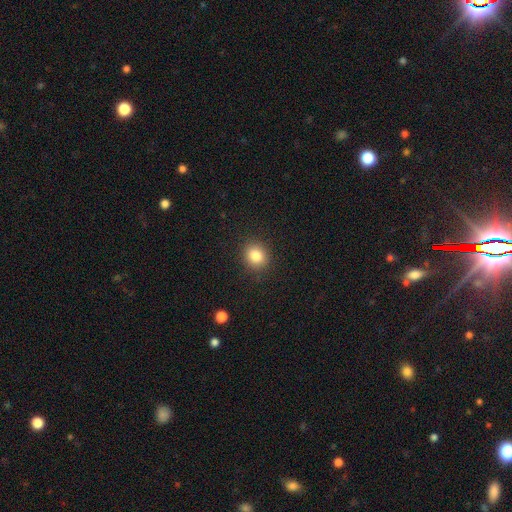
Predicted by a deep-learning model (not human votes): smooth_or_featured: smooth (p=0.84) [alt: star or artifact p=0.10]
how_rounded: round (p=0.75) [alt: in between p=0.24]
merging: none (p=0.89) [alt: minor disturbance p=0.08]